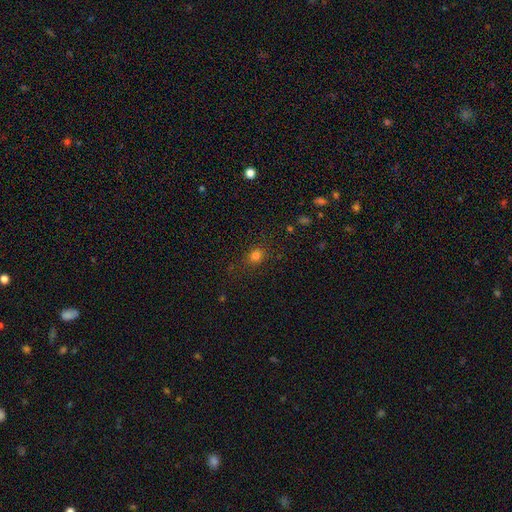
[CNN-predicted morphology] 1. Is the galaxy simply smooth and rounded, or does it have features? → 79% smooth, 15% star or artifact, 5% featured or disk.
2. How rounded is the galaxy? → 69% round, 30% in between, 1% cigar-shaped.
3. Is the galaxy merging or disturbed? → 83% none, 11% minor disturbance, 4% major disturbance, 2% merger.